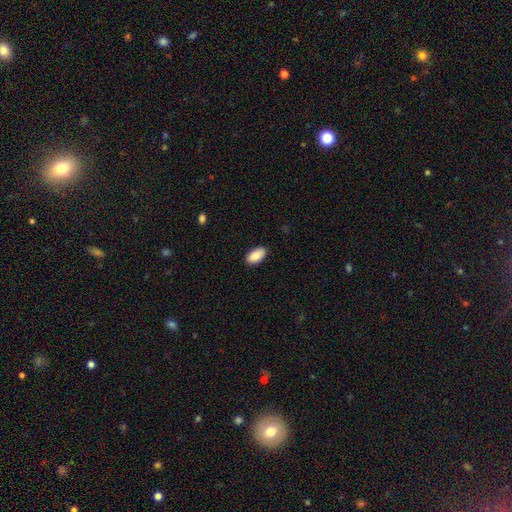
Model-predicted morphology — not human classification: Overall: smooth (89%). How rounded: in between (94%). Merging: none (88%).